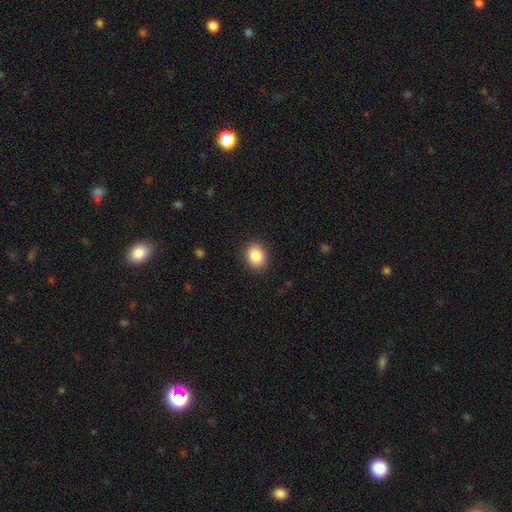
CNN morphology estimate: type=smooth (88%); roundness=round (52%); merging=none (88%).